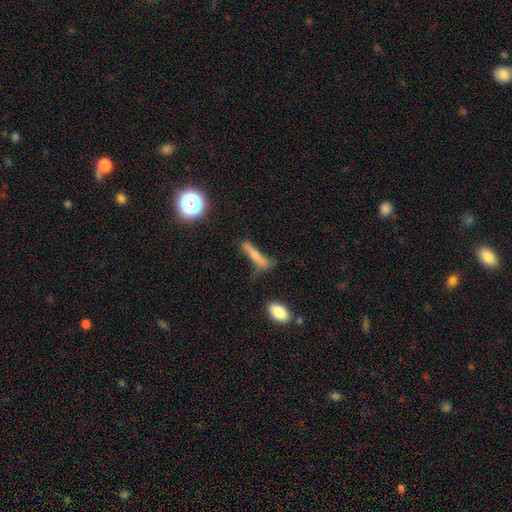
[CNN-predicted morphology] Smooth or featured? Predicted: smooth (p=0.62). How rounded? Predicted: cigar-shaped (p=0.82). Merging? Predicted: none (p=0.50).